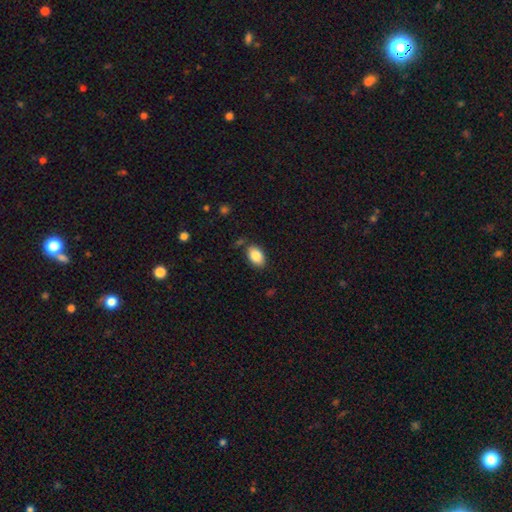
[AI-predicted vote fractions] Q: Smooth or featured?
A: smooth (86%); runner-up: star or artifact (7%)
Q: How rounded?
A: in between (90%); runner-up: round (9%)
Q: Merging?
A: none (81%); runner-up: minor disturbance (13%)